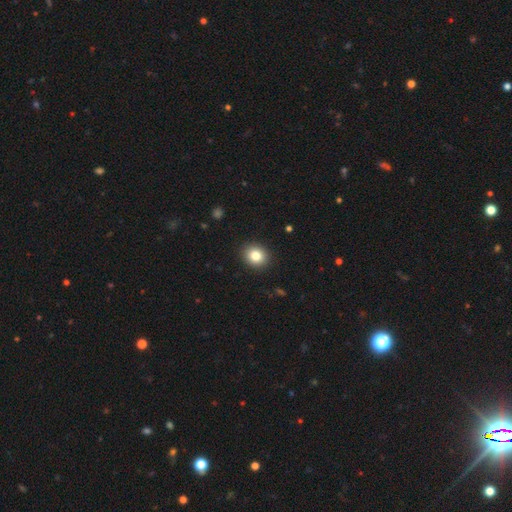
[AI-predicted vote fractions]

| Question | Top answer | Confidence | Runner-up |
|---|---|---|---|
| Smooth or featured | smooth | 82% | star or artifact (10%) |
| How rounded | round | 72% | in between (27%) |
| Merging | none | 91% | minor disturbance (6%) |